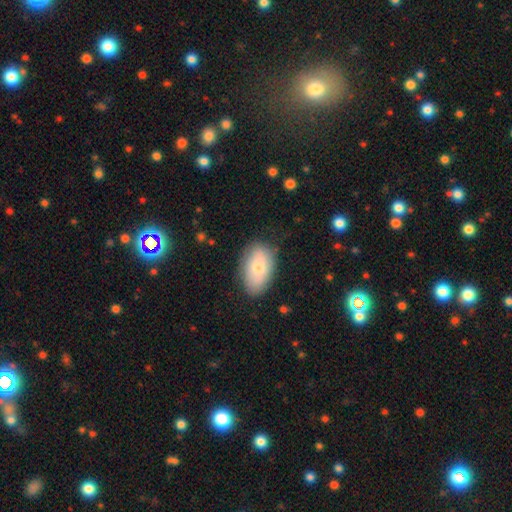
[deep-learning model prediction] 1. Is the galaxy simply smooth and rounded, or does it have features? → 69% smooth, 22% featured or disk, 9% star or artifact.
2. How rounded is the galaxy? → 92% in between, 6% round, 2% cigar-shaped.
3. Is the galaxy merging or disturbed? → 80% none, 15% minor disturbance, 4% major disturbance, 1% merger.